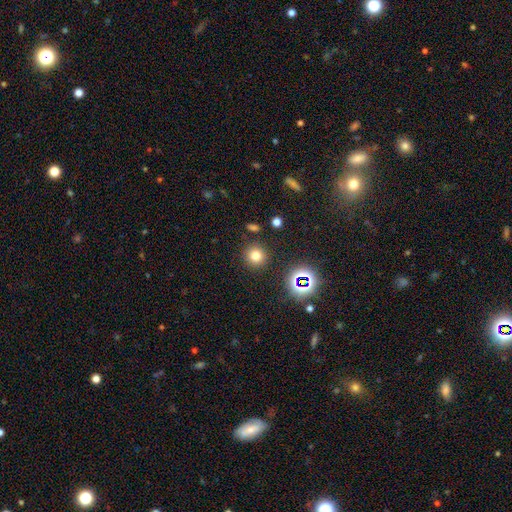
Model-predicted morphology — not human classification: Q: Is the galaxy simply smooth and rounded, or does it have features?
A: smooth — 74%.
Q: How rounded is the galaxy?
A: round — 93%.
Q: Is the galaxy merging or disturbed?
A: none — 89%.